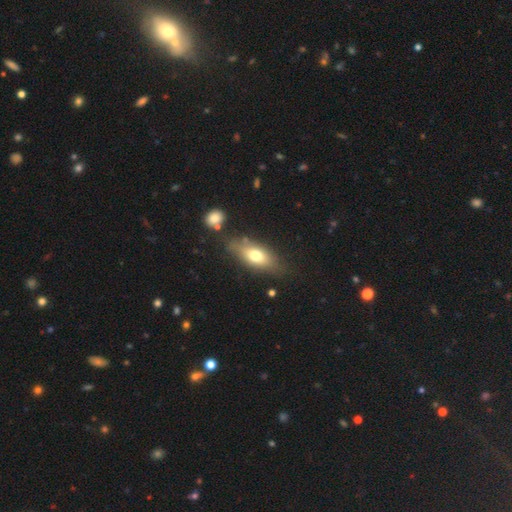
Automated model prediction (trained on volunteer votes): Smooth or featured: smooth — 67% (featured or disk — 25%)
How rounded: in between — 78% (cigar-shaped — 17%)
Merging: none — 71% (minor disturbance — 18%)